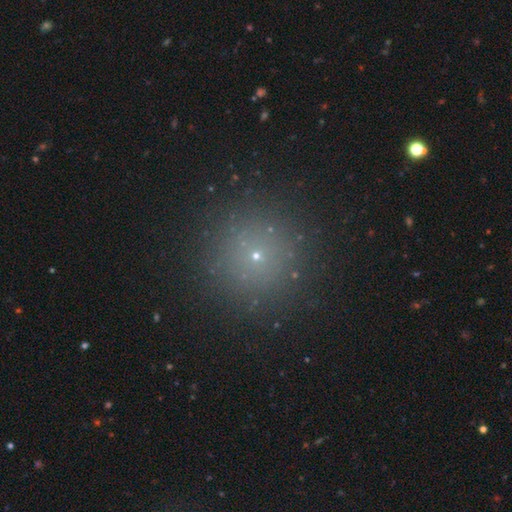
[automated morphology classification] smooth 62%, star or artifact 29%, featured or disk 9%. Down the decision tree: how rounded — round (96%); merging — none (91%).